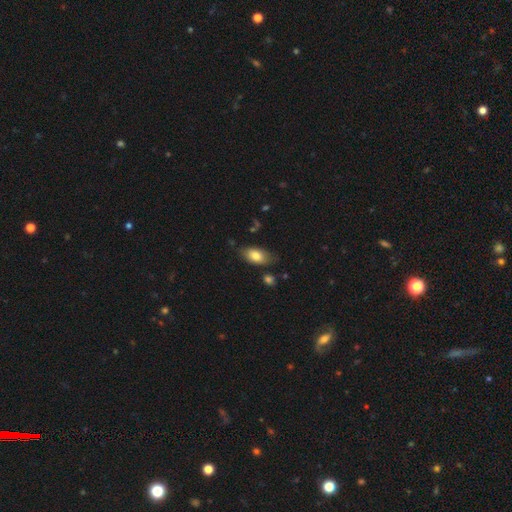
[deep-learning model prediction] Overall: smooth (80%). How rounded: in between (91%). Merging: none (73%).